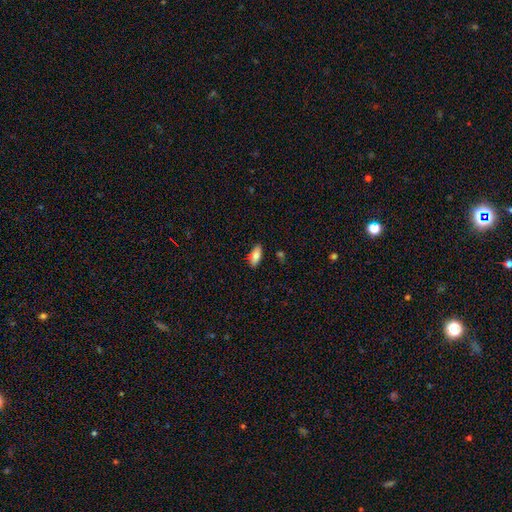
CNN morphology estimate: Smooth or featured? Predicted: smooth (p=0.81). How rounded? Predicted: in between (p=0.86). Merging? Predicted: none (p=0.85).